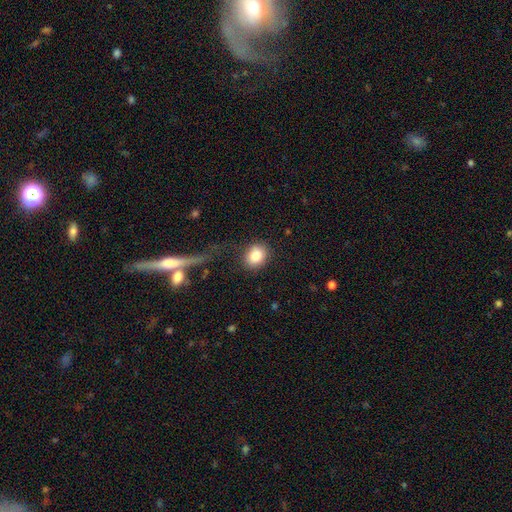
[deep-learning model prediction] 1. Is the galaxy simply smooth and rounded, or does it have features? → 84% smooth, 9% star or artifact, 7% featured or disk.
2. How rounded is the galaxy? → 54% round, 45% in between, 1% cigar-shaped.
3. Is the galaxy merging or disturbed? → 83% none, 10% minor disturbance, 5% major disturbance, 2% merger.